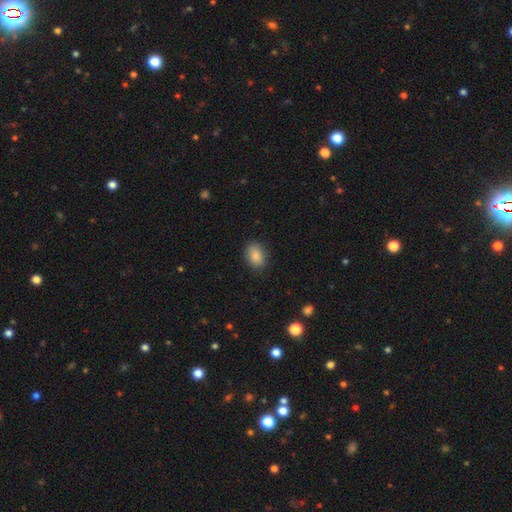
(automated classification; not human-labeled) Smooth or featured?
  - smooth: 87% *
  - star or artifact: 8%
  - featured or disk: 5%
How rounded?
  - in between: 77% *
  - round: 22%
  - cigar-shaped: 1%
Merging?
  - none: 85% *
  - minor disturbance: 11%
  - major disturbance: 3%
  - merger: 1%